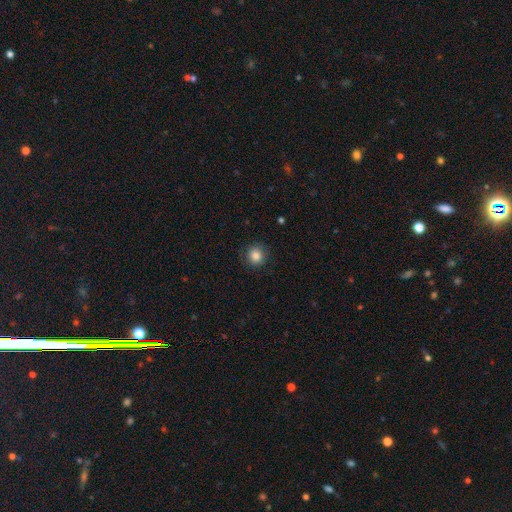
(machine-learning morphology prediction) smooth 84%, star or artifact 10%, featured or disk 5%. Down the decision tree: how rounded — round (92%); merging — none (88%).